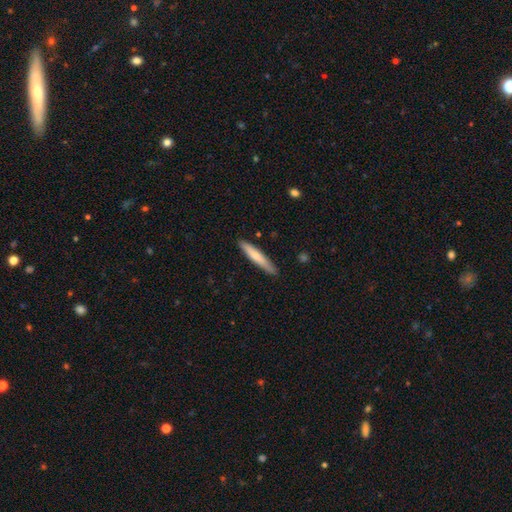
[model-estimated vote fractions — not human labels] smooth 66%, featured or disk 29%, star or artifact 5%. Down the decision tree: how rounded — cigar-shaped (92%); merging — none (88%).